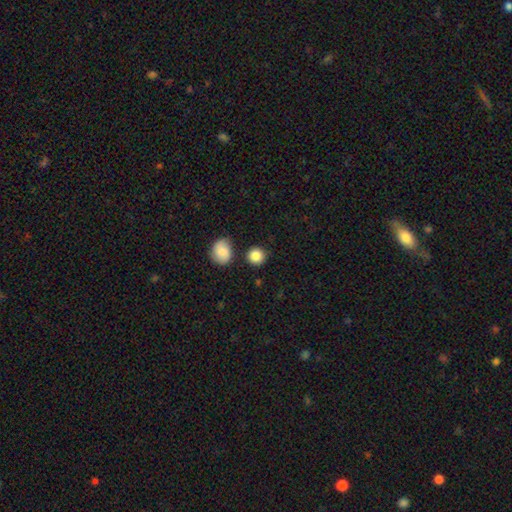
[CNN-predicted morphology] Overall: smooth (86%). How rounded: round (91%). Merging: none (82%).